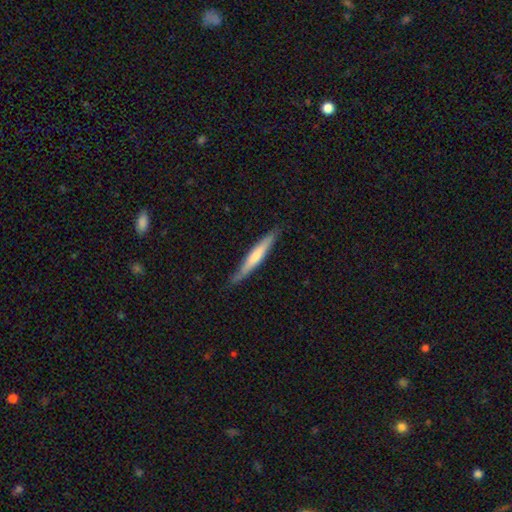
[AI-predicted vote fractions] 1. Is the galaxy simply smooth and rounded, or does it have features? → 47% featured or disk (tied), 47% smooth (tied), 5% star or artifact.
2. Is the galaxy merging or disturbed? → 83% none, 14% minor disturbance, 2% major disturbance, 1% merger.